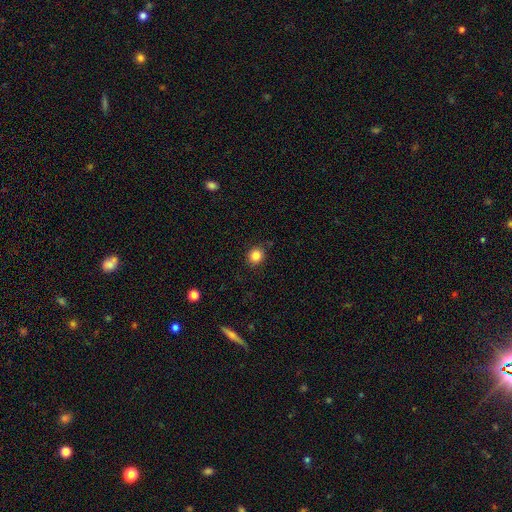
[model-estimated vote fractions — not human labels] smooth 85%, star or artifact 11%, featured or disk 4%. Down the decision tree: how rounded — round (83%); merging — none (88%).